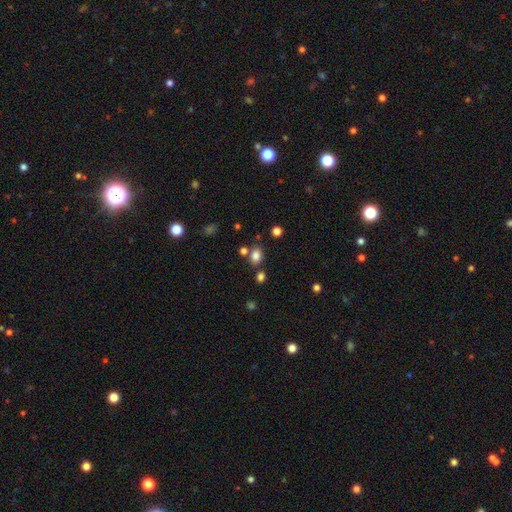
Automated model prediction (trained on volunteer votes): A smooth galaxy with no disk features (81%) that is in between round and cigar-shaped (58%).

Vote fractions:
- Smooth or featured? smooth: 81% / star or artifact: 13% / featured or disk: 5%
- How rounded? in between: 58% / round: 41% / cigar-shaped: 1%
- Merging? none: 75% / merger: 11% / minor disturbance: 11% / major disturbance: 4%